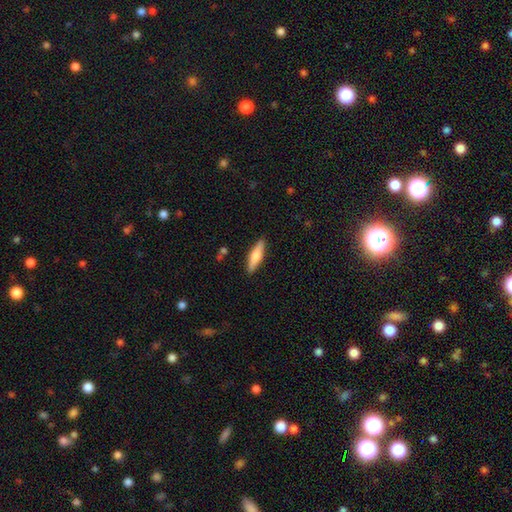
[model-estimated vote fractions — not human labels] Smooth or featured?
  - smooth: 54% *
  - featured or disk: 40%
  - star or artifact: 6%
How rounded?
  - cigar-shaped: 71% *
  - in between: 27%
  - round: 2%
Merging?
  - none: 89% *
  - minor disturbance: 8%
  - major disturbance: 2%
  - merger: 1%